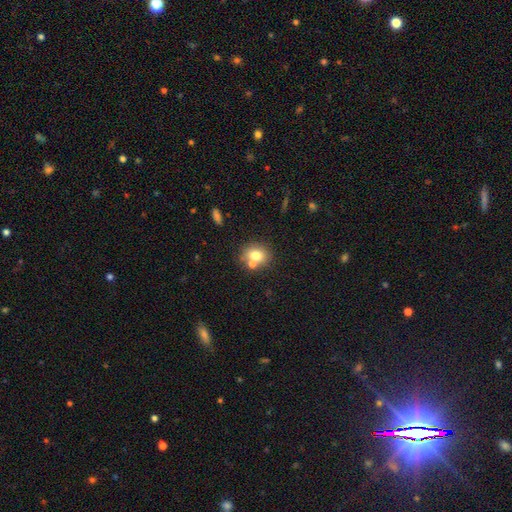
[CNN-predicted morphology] The model was most divided on "how rounded": round: 65%, in between: 34%, cigar-shaped: 1%. More confident: smooth or featured — smooth (73%); merging — none (60%).